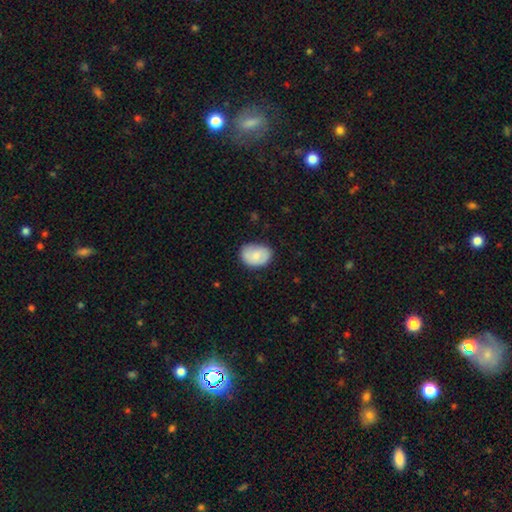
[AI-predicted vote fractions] Morphology: type=smooth (74%); roundness=in between (70%); merging=none (69%).